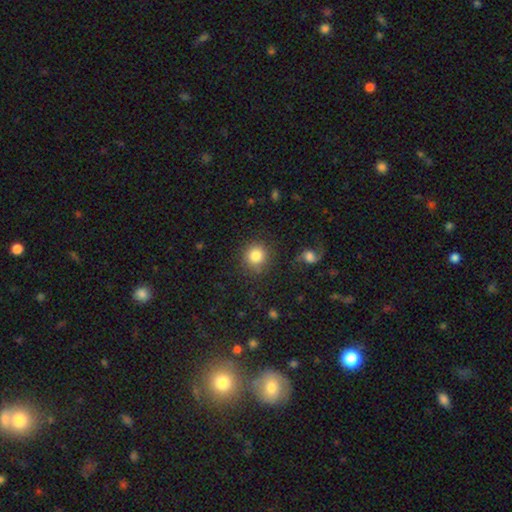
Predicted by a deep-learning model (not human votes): Smooth or featured: smooth — 83% (star or artifact — 10%)
How rounded: round — 91% (in between — 8%)
Merging: none — 86% (minor disturbance — 8%)